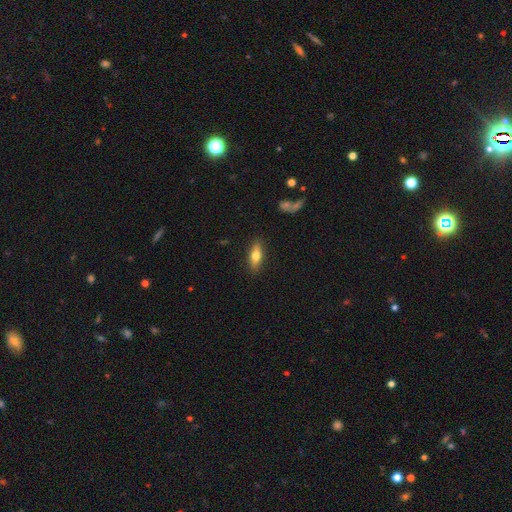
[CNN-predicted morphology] A smooth galaxy with no disk features (66%) that is in between round and cigar-shaped (63%). Merging: none (87%).